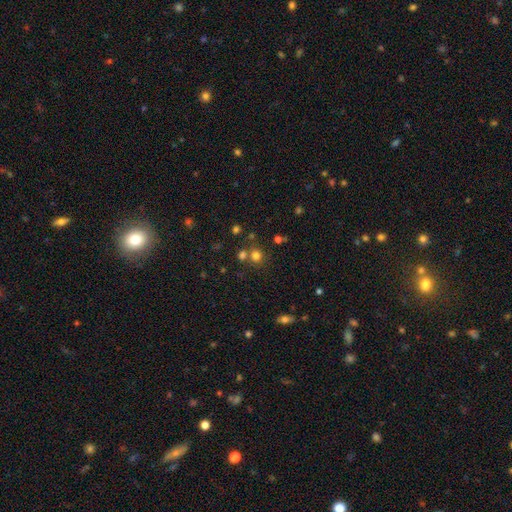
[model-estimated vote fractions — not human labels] Morphology: type=smooth (72%); roundness=round (87%); merging=none (67%).